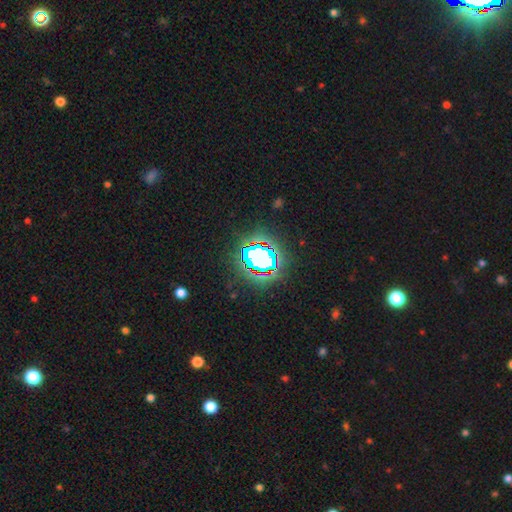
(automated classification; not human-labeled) Smooth or featured? star or artifact (81%)